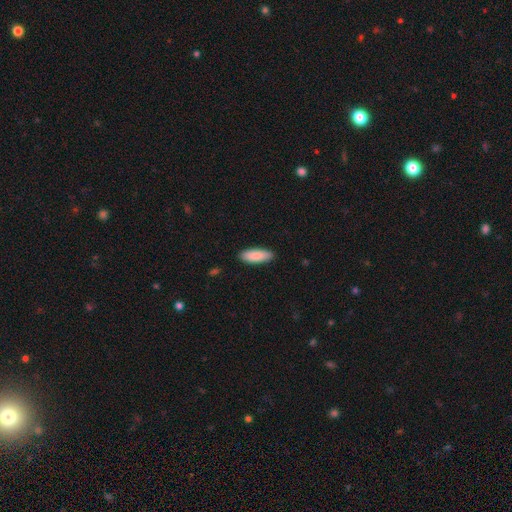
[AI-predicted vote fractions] A smooth galaxy with no disk features (89%) that is in between round and cigar-shaped (66%).

Vote fractions:
- Smooth or featured? smooth: 89% / featured or disk: 6% / star or artifact: 5%
- How rounded? in between: 66% / cigar-shaped: 32% / round: 2%
- Merging? none: 89% / minor disturbance: 8% / major disturbance: 2% / merger: 1%